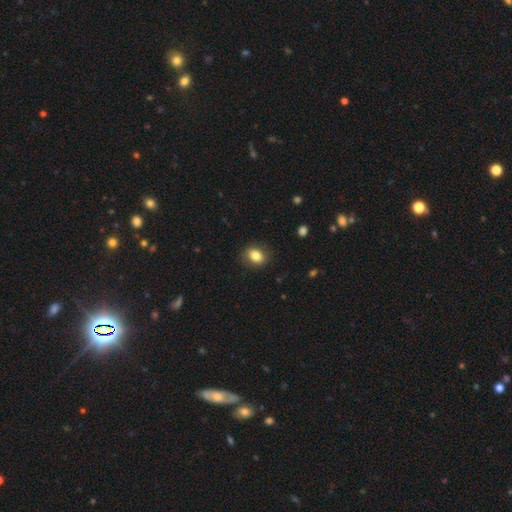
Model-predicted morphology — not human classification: Q: Smooth or featured?
A: smooth (82%); runner-up: star or artifact (9%)
Q: How rounded?
A: in between (59%); runner-up: round (40%)
Q: Merging?
A: none (83%); runner-up: minor disturbance (12%)